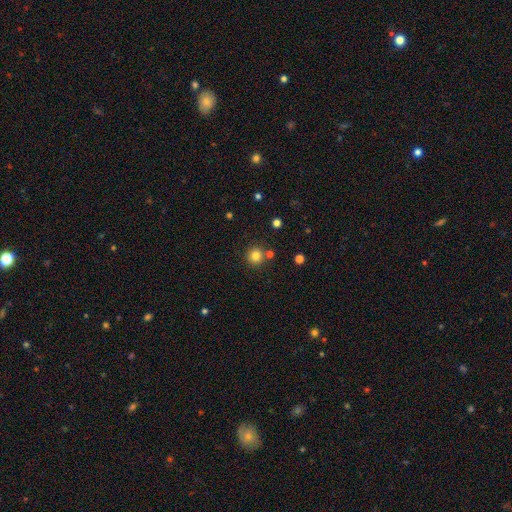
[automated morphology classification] smooth 81%, star or artifact 13%, featured or disk 6%. Down the decision tree: how rounded — round (95%); merging — none (83%).